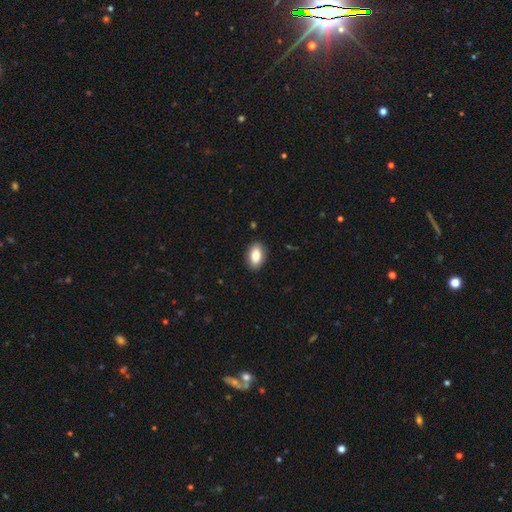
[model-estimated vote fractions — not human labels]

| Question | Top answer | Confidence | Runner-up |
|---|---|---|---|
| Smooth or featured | smooth | 85% | featured or disk (8%) |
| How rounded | in between | 92% | round (6%) |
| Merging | none | 88% | minor disturbance (9%) |